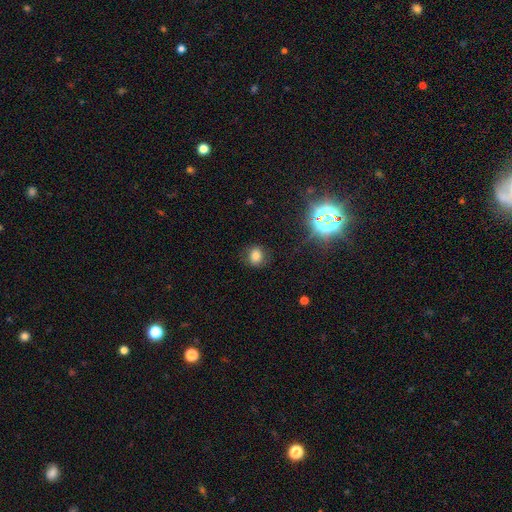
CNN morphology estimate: Overall: smooth (74%). How rounded: round (74%). Merging: none (82%).